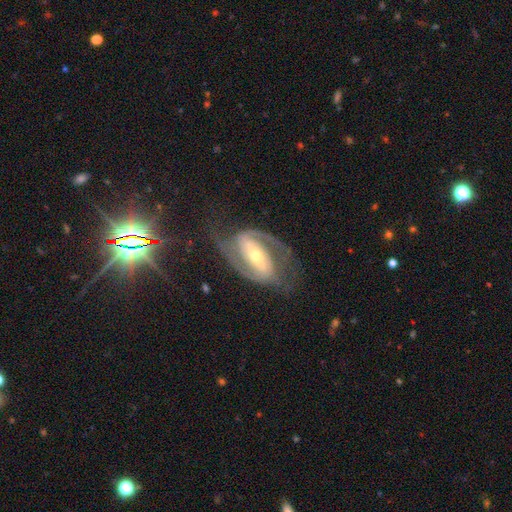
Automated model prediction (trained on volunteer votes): A featured or disk galaxy (90%) with a strong bar (57%), 2 (90%) medium (52%) spiral arms (97%) and a small central bulge (49%). Merging: none (66%).